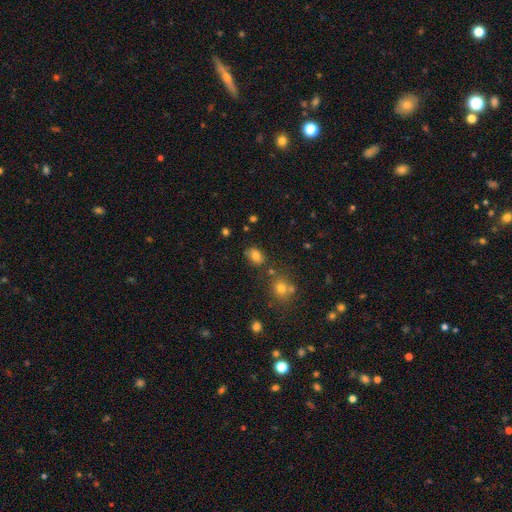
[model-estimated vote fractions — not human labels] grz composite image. It shows a smooth galaxy with no disk features (79%) that is in between round and cigar-shaped (72%). Merging: none (71%).